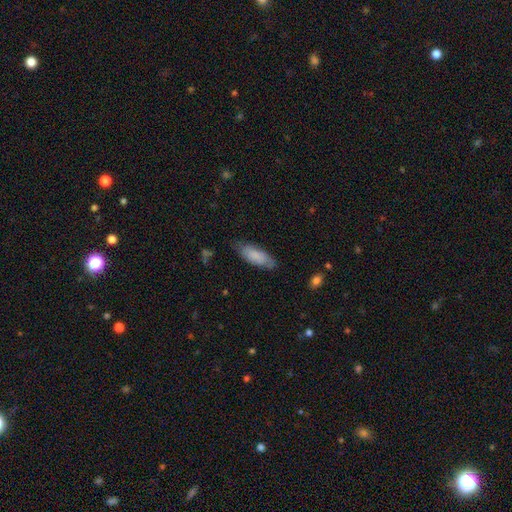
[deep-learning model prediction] smooth_or_featured: smooth (p=0.79) [alt: featured or disk p=0.15]
how_rounded: in between (p=0.71) [alt: cigar-shaped p=0.27]
merging: none (p=0.69) [alt: minor disturbance p=0.24]